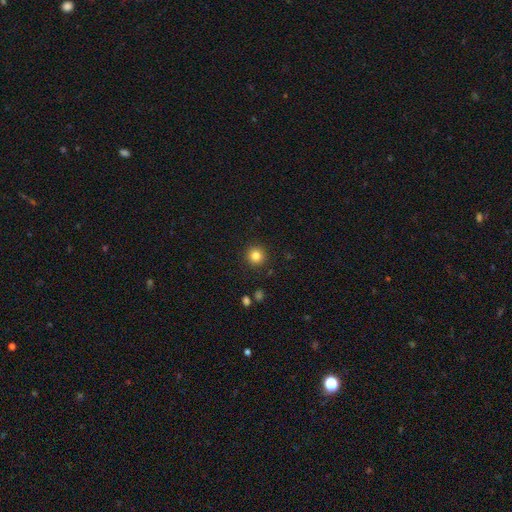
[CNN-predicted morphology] A smooth galaxy with no disk features (83%) that is round (95%).

Vote fractions:
- Smooth or featured? smooth: 83% / star or artifact: 12% / featured or disk: 5%
- How rounded? round: 95% / in between: 4% / cigar-shaped: 1%
- Merging? none: 91% / minor disturbance: 6% / major disturbance: 2% / merger: 1%